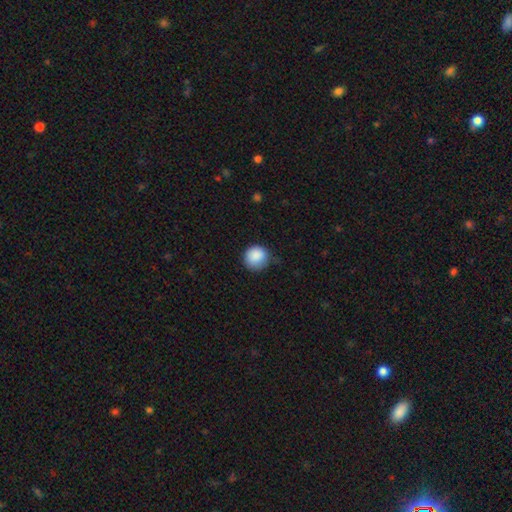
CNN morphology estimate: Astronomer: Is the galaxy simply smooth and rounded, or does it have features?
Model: smooth — 88%.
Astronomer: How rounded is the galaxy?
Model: round — 90%.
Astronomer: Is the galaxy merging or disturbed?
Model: none — 71%.